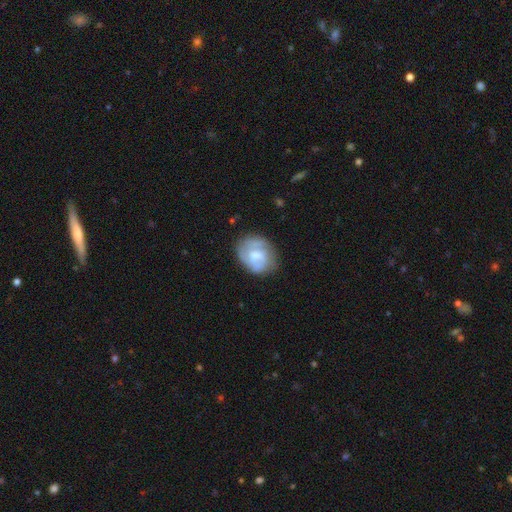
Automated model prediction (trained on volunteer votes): Morphology: type=featured or disk (57%); edge-on=no (97%); bar=no (53%); spiral arms=yes (73%); bulge=moderate (55%); merging=none (62%).